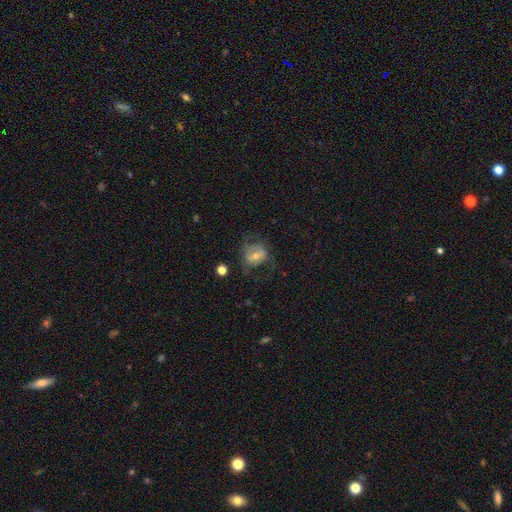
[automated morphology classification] Q: Smooth or featured?
A: featured or disk (49%); runner-up: smooth (41%)
Q: Merging?
A: none (48%); runner-up: major disturbance (28%)